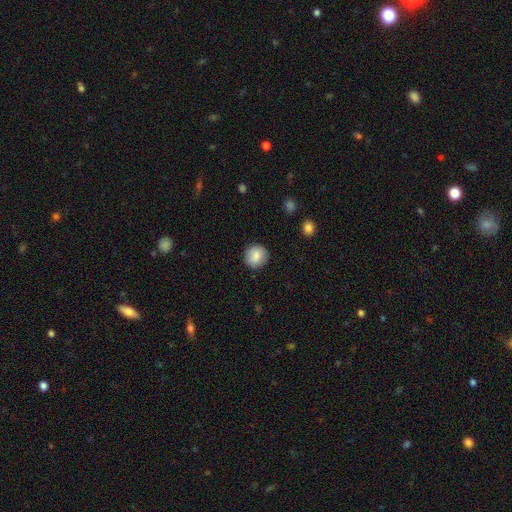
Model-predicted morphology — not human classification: type=smooth (84%); roundness=round (90%); merging=none (87%).